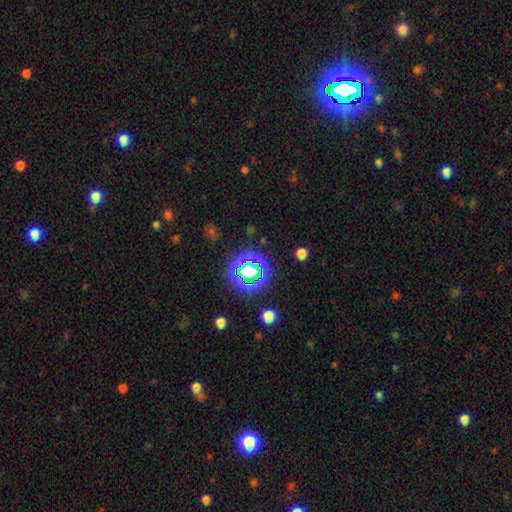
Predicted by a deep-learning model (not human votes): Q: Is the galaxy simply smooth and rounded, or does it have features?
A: star or artifact — 75%.